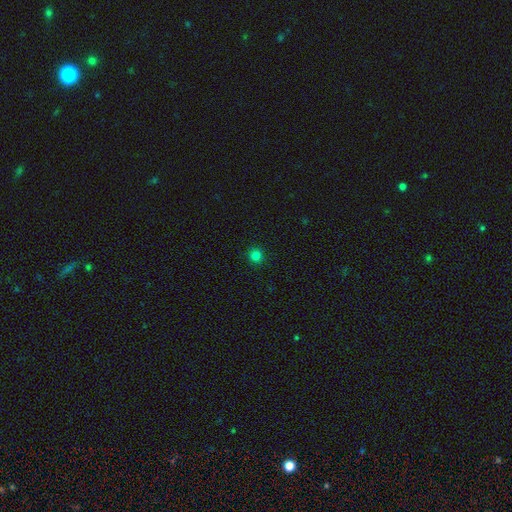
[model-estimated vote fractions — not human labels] Smooth or featured?
  - smooth: 81% *
  - star or artifact: 16%
  - featured or disk: 4%
How rounded?
  - round: 94% *
  - in between: 5%
  - cigar-shaped: 1%
Merging?
  - none: 93% *
  - minor disturbance: 5%
  - major disturbance: 2%
  - merger: 1%